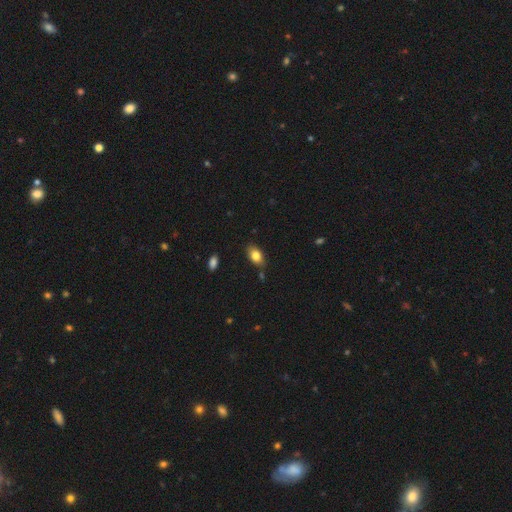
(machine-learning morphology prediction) Overall: smooth (82%). How rounded: in between (88%). Merging: none (78%).